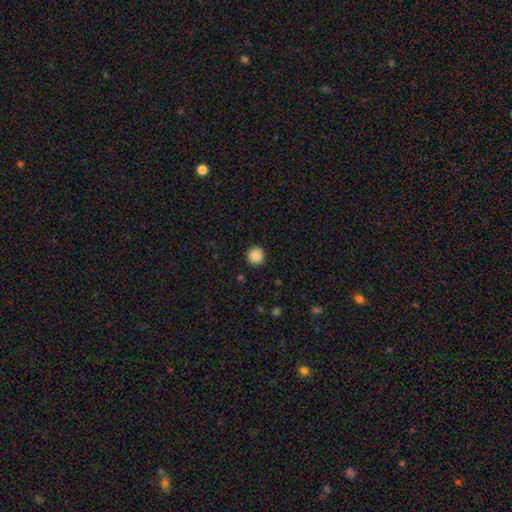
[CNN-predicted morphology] A smooth galaxy with no disk features (88%) that is round (94%).

Vote fractions:
- Smooth or featured? smooth: 88% / star or artifact: 9% / featured or disk: 3%
- How rounded? round: 94% / in between: 5% / cigar-shaped: 1%
- Merging? none: 90% / minor disturbance: 7% / major disturbance: 2% / merger: 1%